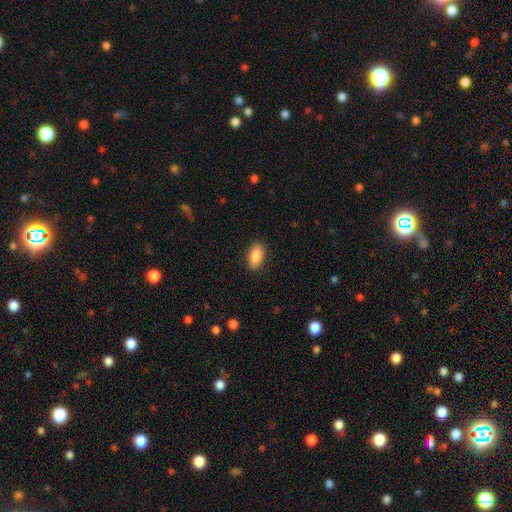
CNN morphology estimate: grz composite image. It shows a smooth galaxy with no disk features (88%) that is in between round and cigar-shaped (91%). Merging: none (88%).